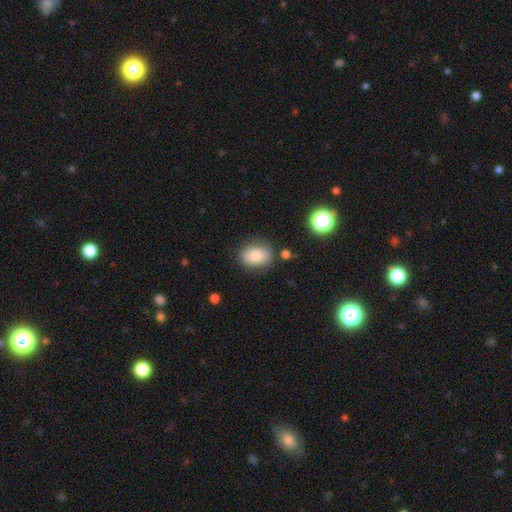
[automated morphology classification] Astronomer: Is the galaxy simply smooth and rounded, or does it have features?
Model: smooth — 80%.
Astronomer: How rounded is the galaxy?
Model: in between — 71%.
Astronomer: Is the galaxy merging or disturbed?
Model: none — 77%.